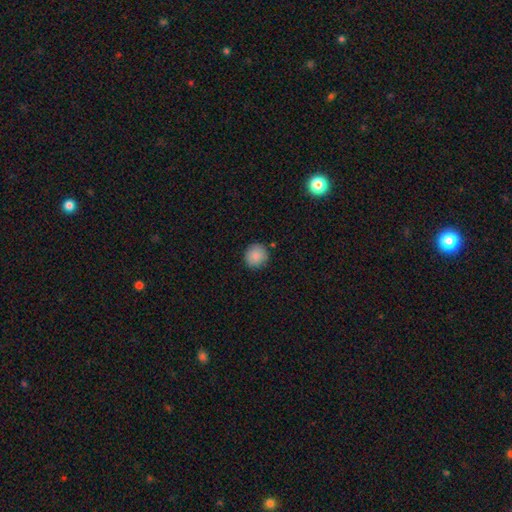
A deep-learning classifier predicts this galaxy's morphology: This appears to be a smooth galaxy with no disk features (88%) that is round (92%). Merging: none (88%).